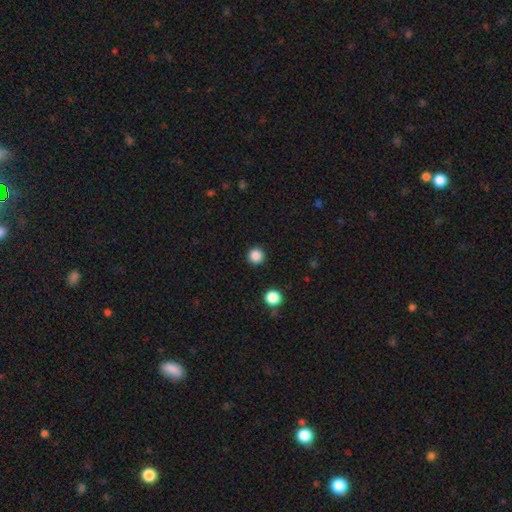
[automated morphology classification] The model was most divided on "smooth or featured": smooth: 86%, star or artifact: 11%, featured or disk: 3%. More confident: how rounded — round (96%); merging — none (92%).